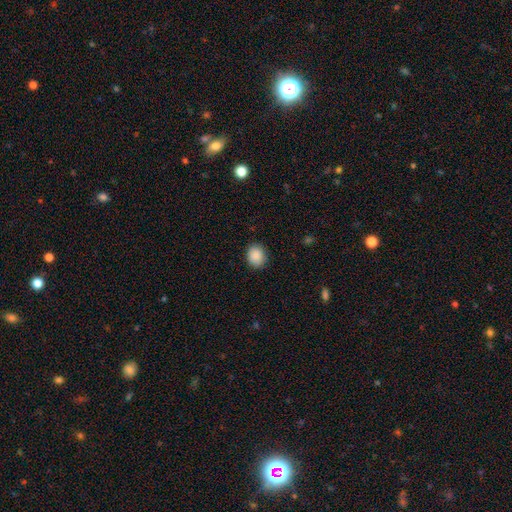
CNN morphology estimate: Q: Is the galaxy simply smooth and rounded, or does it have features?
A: smooth — 89%.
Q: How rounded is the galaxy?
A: round — 63%.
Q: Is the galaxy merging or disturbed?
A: none — 87%.